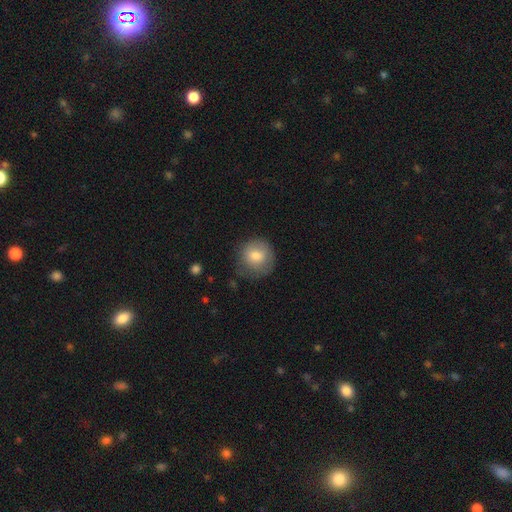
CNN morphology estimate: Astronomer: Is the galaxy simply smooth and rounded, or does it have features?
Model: smooth — 77%.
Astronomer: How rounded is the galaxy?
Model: round — 89%.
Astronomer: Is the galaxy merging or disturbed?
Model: none — 69%.